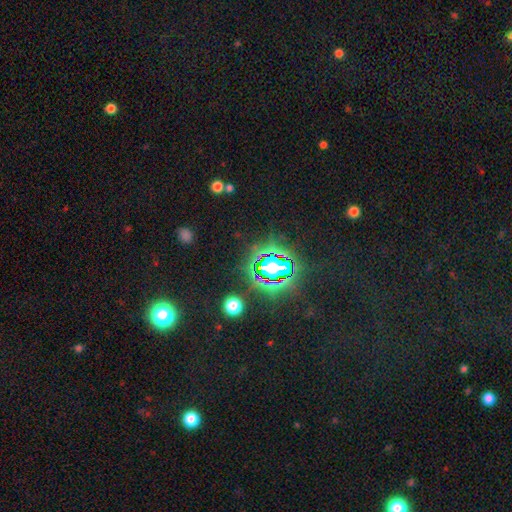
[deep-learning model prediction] Overall: star or artifact (77%).